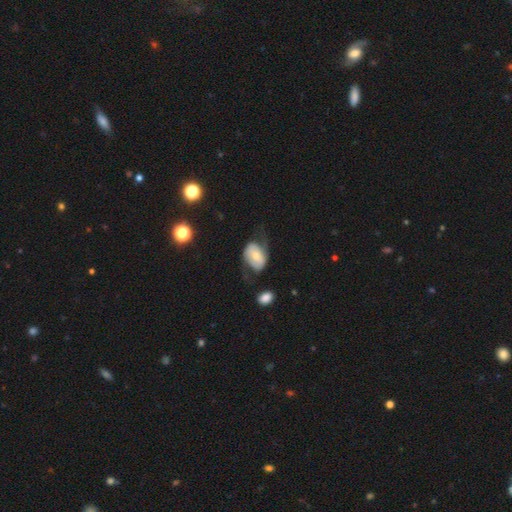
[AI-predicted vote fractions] Smooth or featured: featured or disk — 56% (smooth — 38%)
Edge-on disk: no — 94% (yes — 6%)
Bar: no — 52% (weak — 29%)
Spiral arms: yes — 67% (no — 33%)
Bulge size: moderate — 48% (small — 42%)
Merging: none — 48% (major disturbance — 26%)